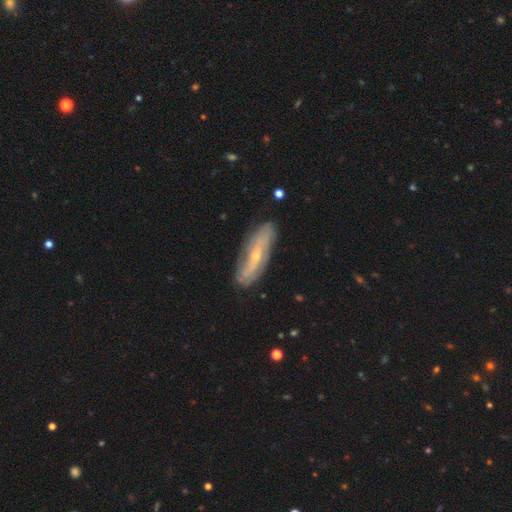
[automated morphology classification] featured or disk 70%, smooth 23%, star or artifact 7%. Down the decision tree: edge-on disk — no (71%); merging — none (81%).